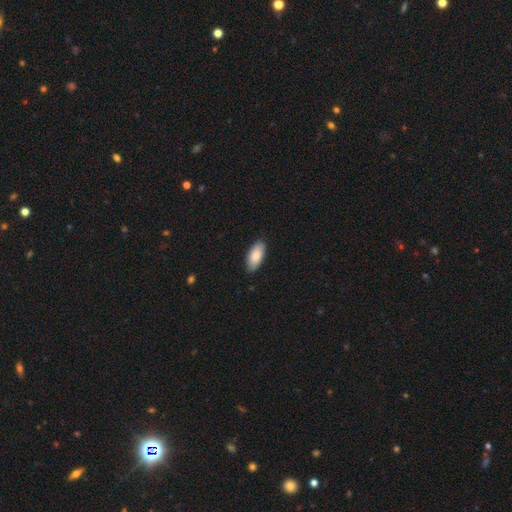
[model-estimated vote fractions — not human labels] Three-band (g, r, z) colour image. It shows a smooth galaxy with no disk features (86%) that is in between round and cigar-shaped (91%). Merging: none (88%).